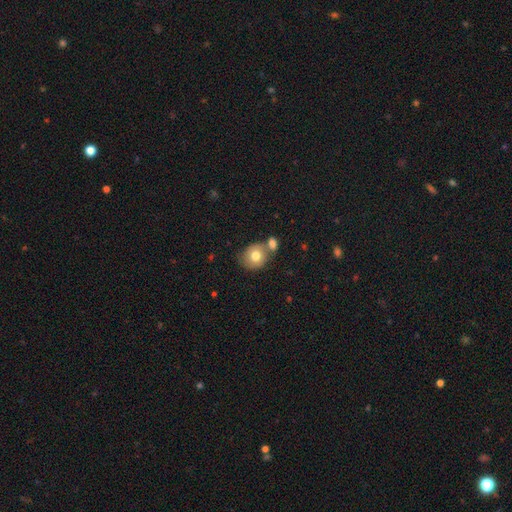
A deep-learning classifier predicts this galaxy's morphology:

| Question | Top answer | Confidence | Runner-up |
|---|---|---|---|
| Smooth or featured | smooth | 75% | featured or disk (16%) |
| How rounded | round | 72% | in between (27%) |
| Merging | none | 50% | merger (33%) |